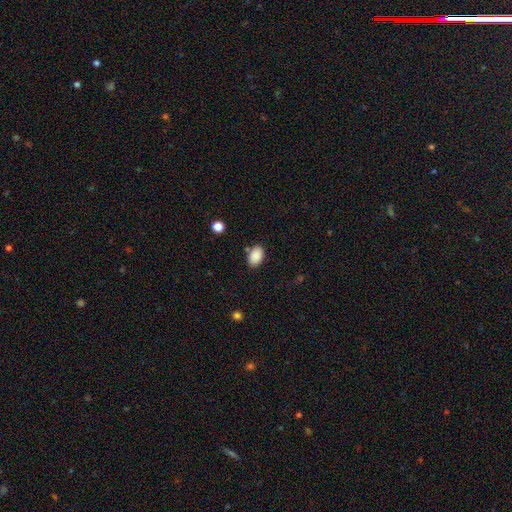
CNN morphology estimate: This appears to be a smooth galaxy with no disk features (89%) that is in between round and cigar-shaped (89%). Merging: none (80%).